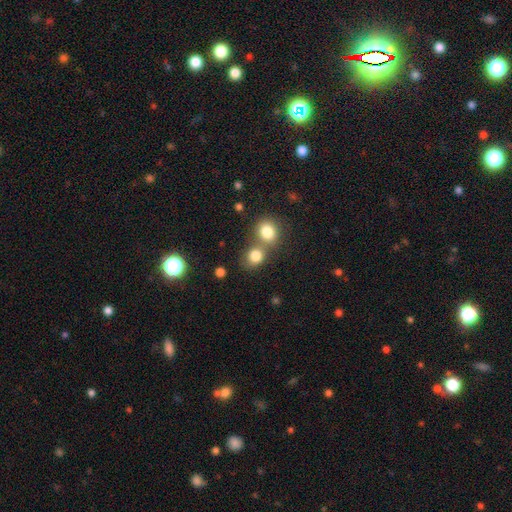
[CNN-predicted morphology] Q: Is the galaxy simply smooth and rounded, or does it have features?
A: smooth — 81%.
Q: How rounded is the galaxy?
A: round — 71%.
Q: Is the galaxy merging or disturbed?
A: none — 46%.